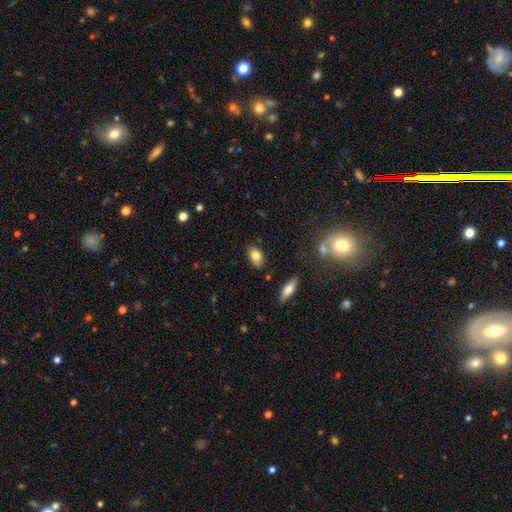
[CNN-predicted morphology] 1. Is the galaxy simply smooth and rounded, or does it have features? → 80% smooth, 12% featured or disk, 8% star or artifact.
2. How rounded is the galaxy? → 89% in between, 9% round, 3% cigar-shaped.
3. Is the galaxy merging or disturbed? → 82% none, 13% minor disturbance, 3% major disturbance, 2% merger.